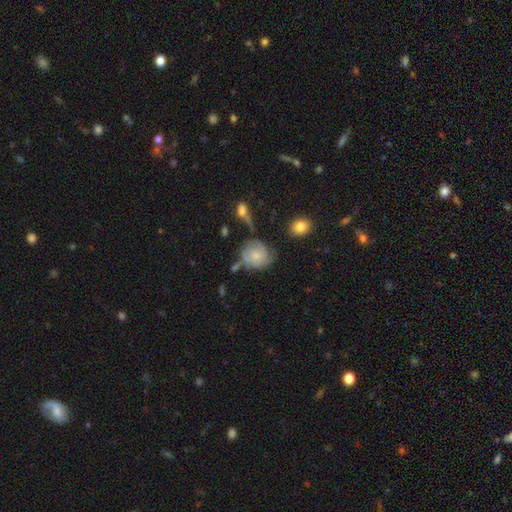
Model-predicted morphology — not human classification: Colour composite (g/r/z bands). It shows a featured or disk galaxy (47%). Merging: none (50%).